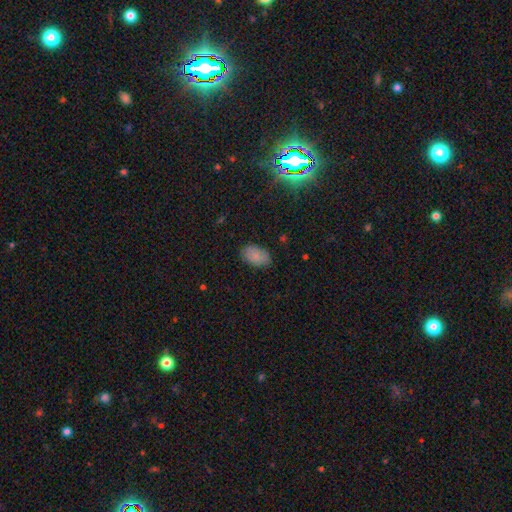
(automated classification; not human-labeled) smooth 84%, star or artifact 8%, featured or disk 8%. Down the decision tree: how rounded — in between (93%); merging — none (82%).